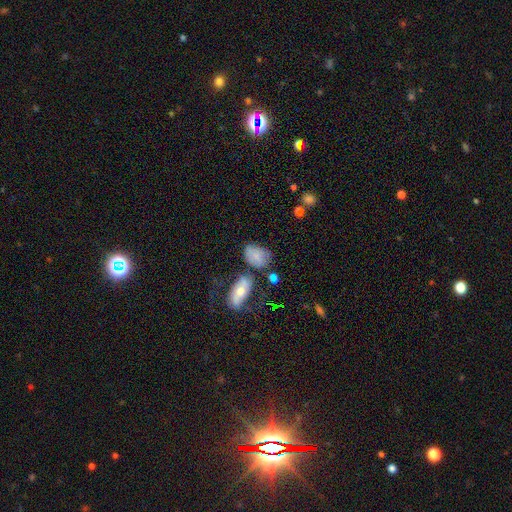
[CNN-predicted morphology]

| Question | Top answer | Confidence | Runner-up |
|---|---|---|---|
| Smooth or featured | smooth | 74% | featured or disk (17%) |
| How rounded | in between | 79% | round (19%) |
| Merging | none | 50% | minor disturbance (24%) |